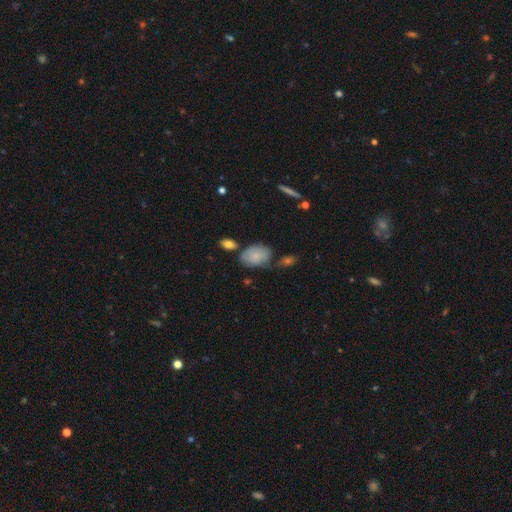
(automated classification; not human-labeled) Smooth or featured: smooth — 77% (featured or disk — 15%)
How rounded: in between — 84% (round — 15%)
Merging: none — 50% (minor disturbance — 28%)